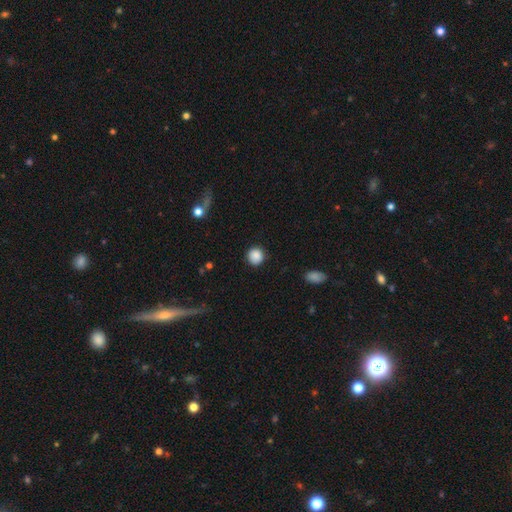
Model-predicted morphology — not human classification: Smooth or featured: smooth — 88% (star or artifact — 9%)
How rounded: round — 91% (in between — 8%)
Merging: none — 88% (minor disturbance — 8%)